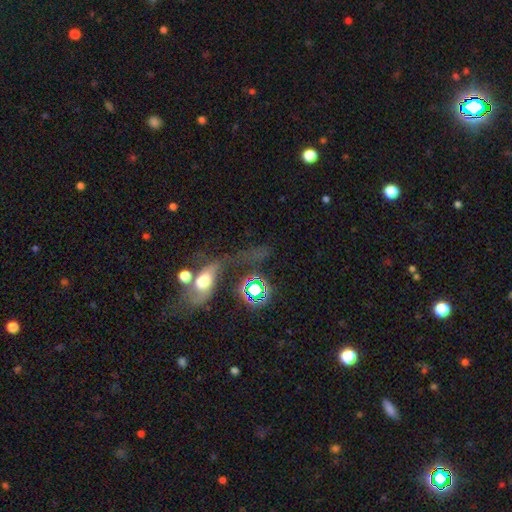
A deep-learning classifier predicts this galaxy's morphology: A featured or disk galaxy (41%). Merging: major disturbance (32%, tied with none).